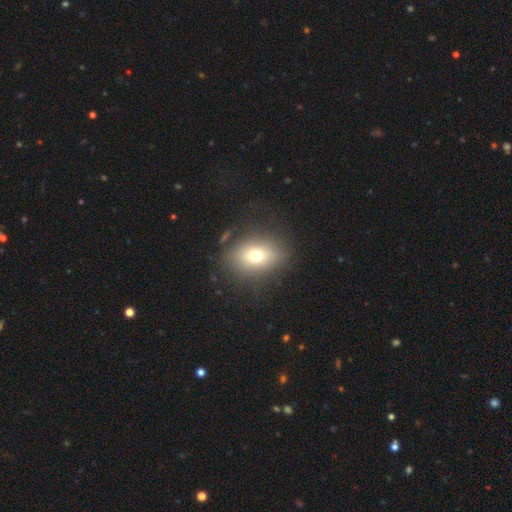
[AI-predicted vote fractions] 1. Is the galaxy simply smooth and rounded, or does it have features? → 71% smooth, 16% featured or disk, 13% star or artifact.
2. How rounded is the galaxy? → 60% in between, 38% round, 2% cigar-shaped.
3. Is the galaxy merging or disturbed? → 79% none, 12% minor disturbance, 6% major disturbance, 2% merger.